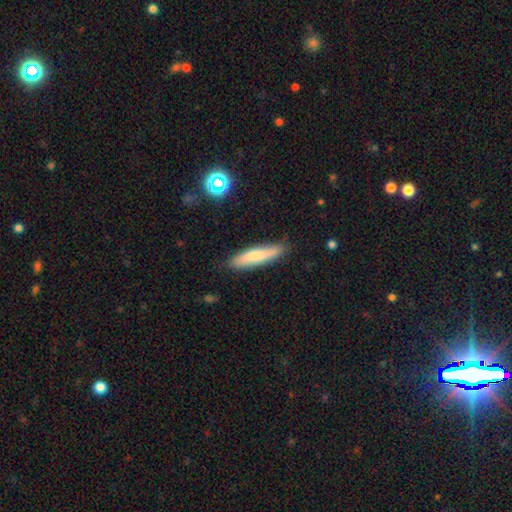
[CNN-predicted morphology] Smooth or featured?
  - smooth: 74% *
  - featured or disk: 19%
  - star or artifact: 7%
How rounded?
  - cigar-shaped: 81% *
  - in between: 17%
  - round: 2%
Merging?
  - none: 83% *
  - minor disturbance: 13%
  - major disturbance: 2%
  - merger: 1%